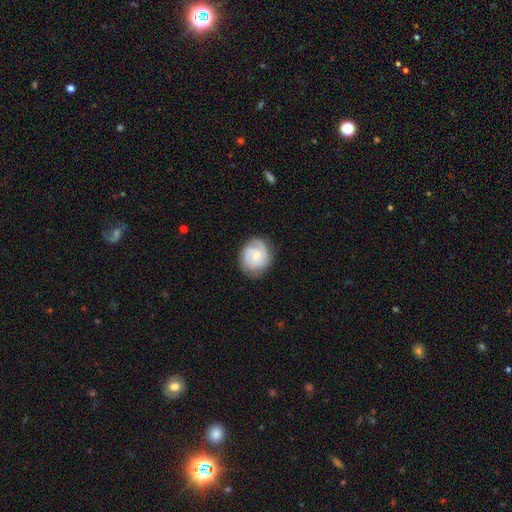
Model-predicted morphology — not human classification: Q: Smooth or featured?
A: featured or disk (70%); runner-up: smooth (24%)
Q: Edge-on disk?
A: no (98%); runner-up: yes (2%)
Q: Bar?
A: no (69%); runner-up: weak (28%)
Q: Spiral arms?
A: yes (93%); runner-up: no (7%)
Q: Spiral winding?
A: tight (59%); runner-up: medium (32%)
Q: Spiral arm count?
A: 2 (46%); runner-up: 3 (20%)
Q: Bulge size?
A: small (50%); runner-up: moderate (43%)
Q: Merging?
A: none (77%); runner-up: minor disturbance (17%)